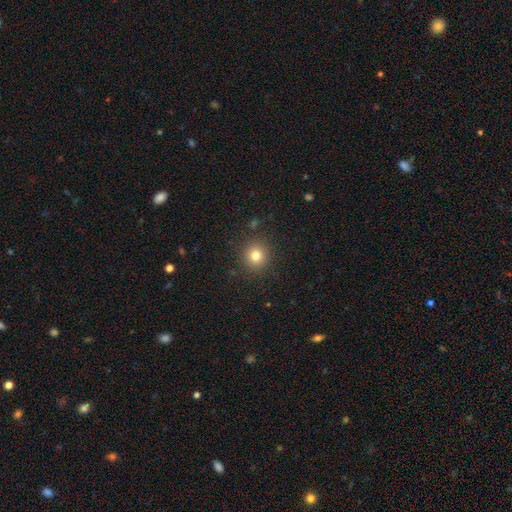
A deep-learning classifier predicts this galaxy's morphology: A smooth galaxy with no disk features (79%) that is round (92%).

Vote fractions:
- Smooth or featured? smooth: 79% / star or artifact: 14% / featured or disk: 7%
- How rounded? round: 92% / in between: 7% / cigar-shaped: 1%
- Merging? none: 90% / minor disturbance: 6% / major disturbance: 3% / merger: 1%